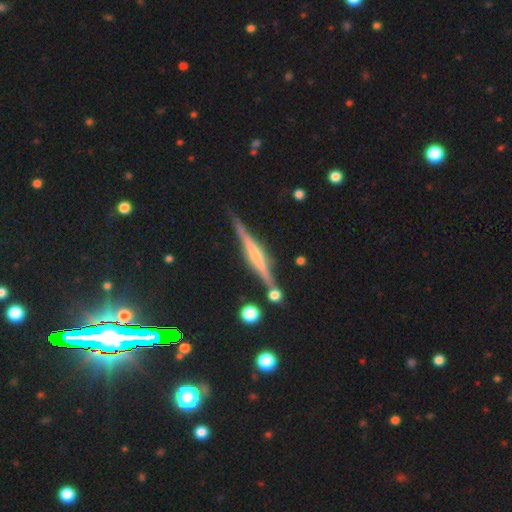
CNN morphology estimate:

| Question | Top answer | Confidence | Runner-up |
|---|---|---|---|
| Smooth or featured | featured or disk | 75% | smooth (17%) |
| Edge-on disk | yes | 98% | no (2%) |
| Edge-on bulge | rounded | 47% | none (28%) |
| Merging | none | 84% | minor disturbance (10%) |